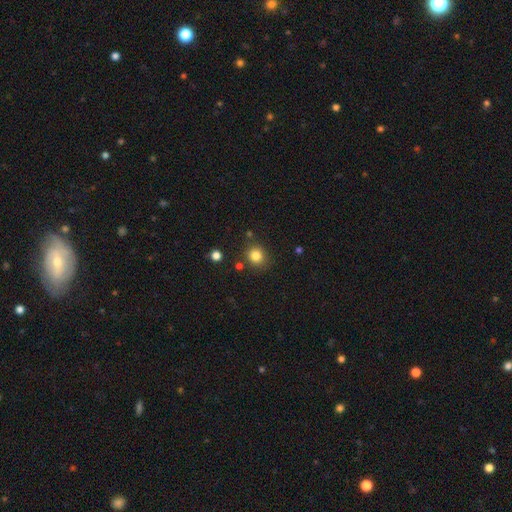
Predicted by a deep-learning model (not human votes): Morphology: type=smooth (82%); roundness=round (84%); merging=none (82%).